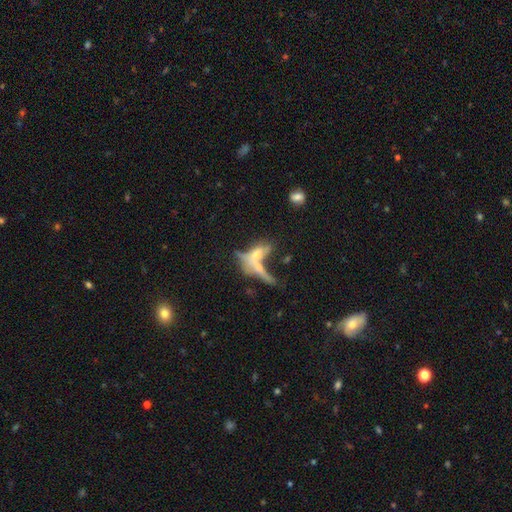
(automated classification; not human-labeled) Morphology: type=featured or disk (47%); merging=merger (47%).